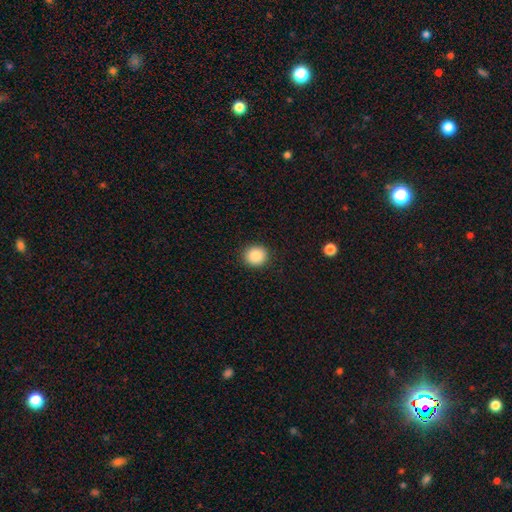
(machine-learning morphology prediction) A smooth galaxy with no disk features (88%) that is round (87%). Merging: none (91%).